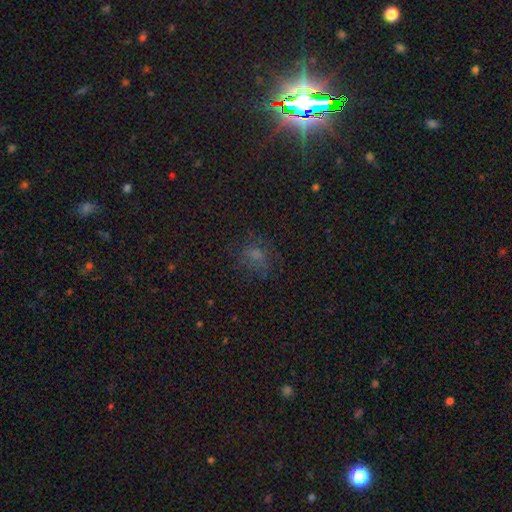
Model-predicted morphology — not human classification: This is possibly a smooth galaxy (53%). How rounded: possibly round (54%). Merging: likely none (60%).